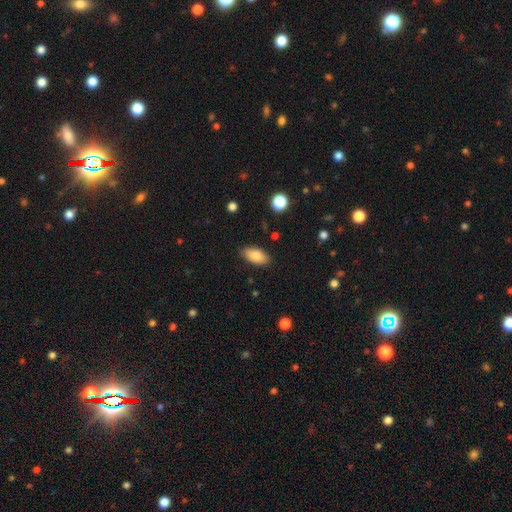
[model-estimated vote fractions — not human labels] smooth 84%, featured or disk 9%, star or artifact 7%. Down the decision tree: how rounded — in between (92%); merging — none (86%).